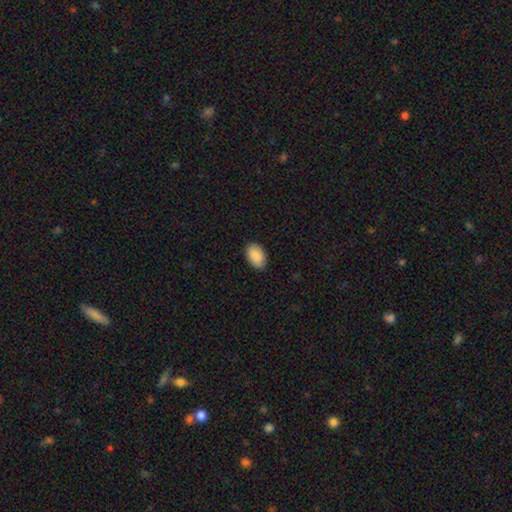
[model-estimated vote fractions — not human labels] The model was most divided on "merging": none: 88%, minor disturbance: 9%, major disturbance: 2%, merger: 1%. More confident: how rounded — in between (92%); smooth or featured — smooth (90%).